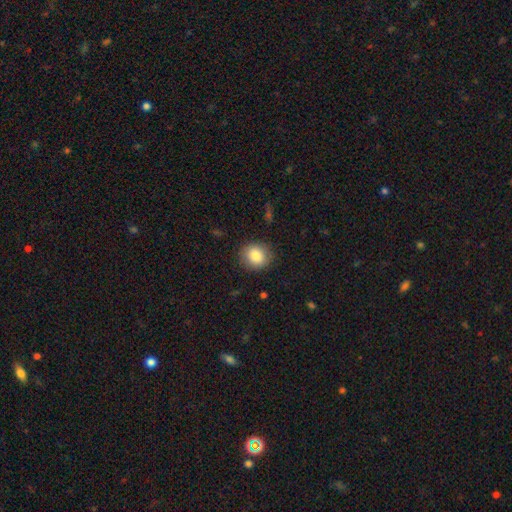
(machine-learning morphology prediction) Smooth or featured? Predicted: smooth (p=0.84). How rounded? Predicted: round (p=0.80). Merging? Predicted: none (p=0.87).